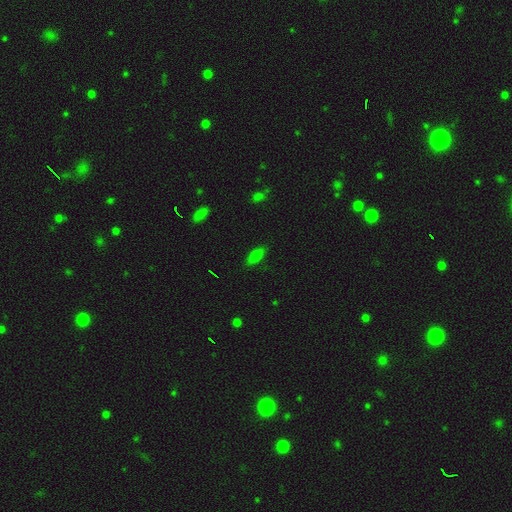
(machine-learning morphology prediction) The model was most divided on "smooth or featured": smooth: 72%, star or artifact: 15%, featured or disk: 13%. More confident: merging — none (85%); how rounded — in between (78%).